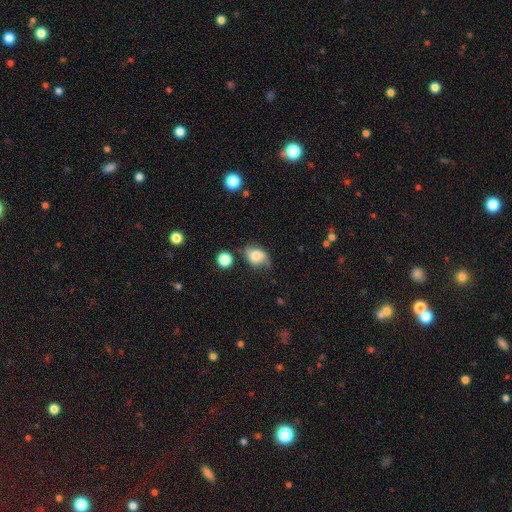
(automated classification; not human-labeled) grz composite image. It shows a smooth galaxy with no disk features (56%) that is in between round and cigar-shaped (65%). Merging: none (48%).